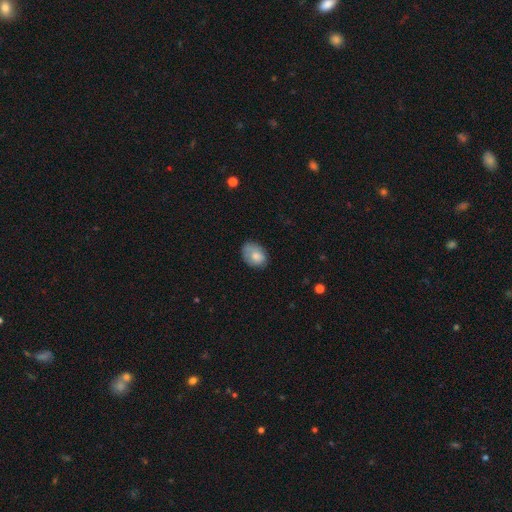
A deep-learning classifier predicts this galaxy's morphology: Smooth or featured?
  - smooth: 75% *
  - featured or disk: 18%
  - star or artifact: 7%
How rounded?
  - in between: 72% *
  - round: 27%
  - cigar-shaped: 1%
Merging?
  - none: 59% *
  - minor disturbance: 30%
  - major disturbance: 9%
  - merger: 2%